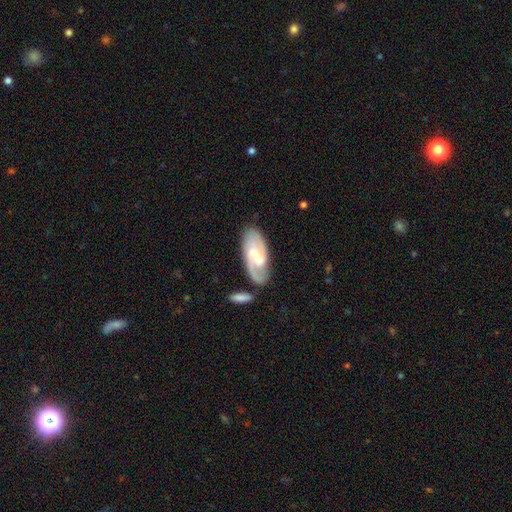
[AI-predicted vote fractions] smooth_or_featured: featured or disk (p=0.80) [alt: smooth p=0.16]
disk_edge_on: no (p=0.95) [alt: yes p=0.05]
bar: weak (p=0.53) [alt: strong p=0.28]
has_spiral_arms: yes (p=0.95) [alt: no p=0.05]
spiral_winding: medium (p=0.50) [alt: tight p=0.32]
spiral_arm_count: 2 (p=0.81) [alt: can't tell p=0.08]
bulge_size: small (p=0.53) [alt: moderate p=0.31]
merging: none (p=0.76) [alt: minor disturbance p=0.14]